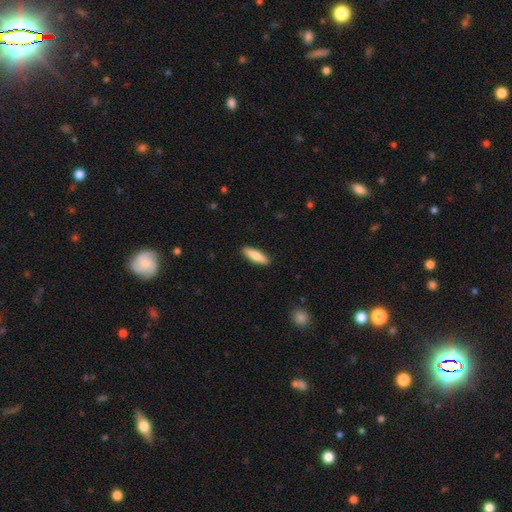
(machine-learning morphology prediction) Smooth or featured: smooth — 80% (featured or disk — 15%)
How rounded: cigar-shaped — 62% (in between — 36%)
Merging: none — 90% (minor disturbance — 7%)